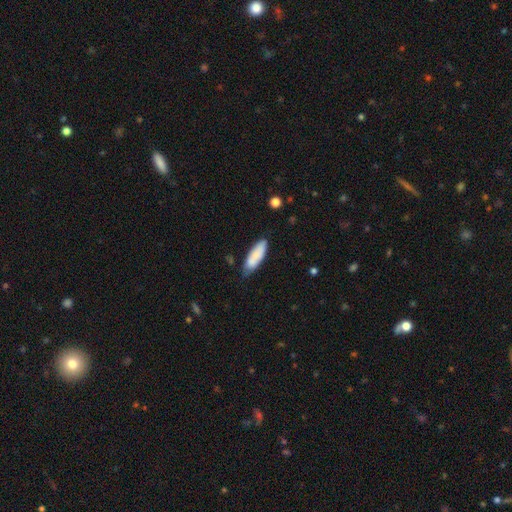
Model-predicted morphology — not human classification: This appears to be a smooth galaxy with no disk features (79%) that is in between round and cigar-shaped (61%). Merging: none (64%).